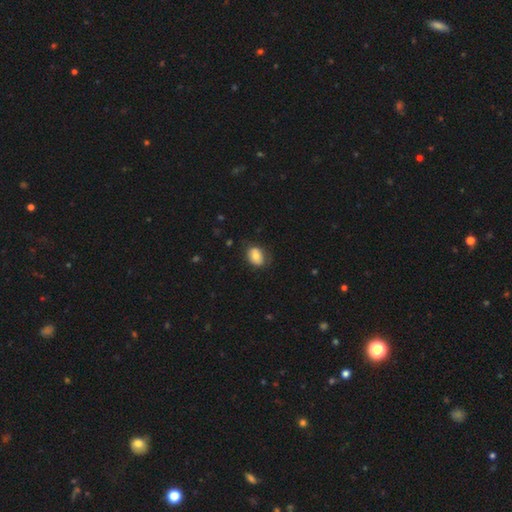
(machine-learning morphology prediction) This appears to be a smooth galaxy with no disk features (72%) that is in between round and cigar-shaped (67%). Merging: none (73%).